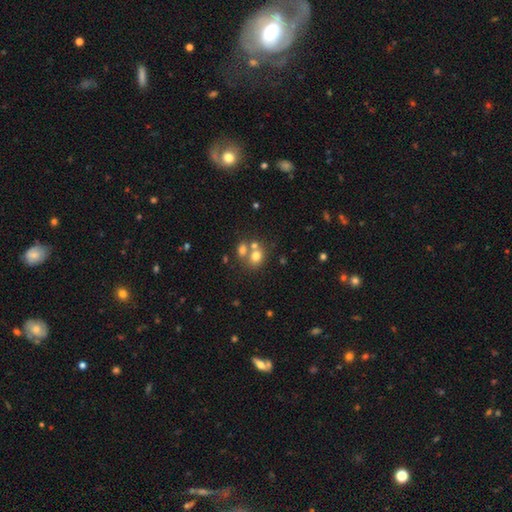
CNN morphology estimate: Smooth or featured? smooth (71%)
How rounded? round (57%)
Merging? merger (49%)